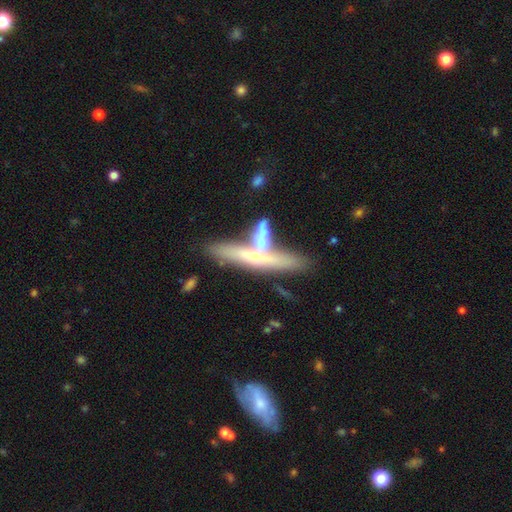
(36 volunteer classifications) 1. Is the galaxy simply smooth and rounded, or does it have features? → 50% smooth, 47% featured or disk, 3% star or artifact.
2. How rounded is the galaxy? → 94% cigar-shaped, 6% in between, 0% round.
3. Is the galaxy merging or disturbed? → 43% none, 31% merger, 23% minor disturbance, 3% major disturbance.